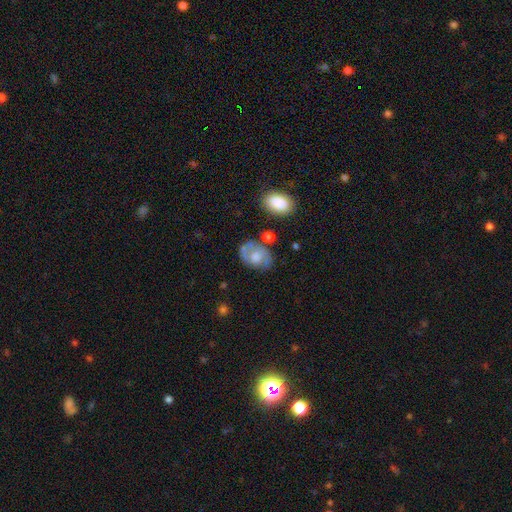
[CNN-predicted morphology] featured or disk 54%, smooth 39%, star or artifact 7%. Down the decision tree: edge-on disk — no (96%); bar — no (74%); spiral arms — yes (64%); bulge size — moderate (43%); merging — none (60%).